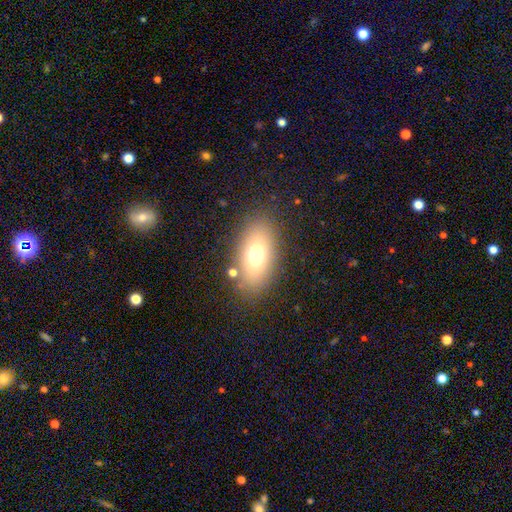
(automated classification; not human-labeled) Smooth or featured? smooth (70%)
How rounded? in between (87%)
Merging? none (81%)